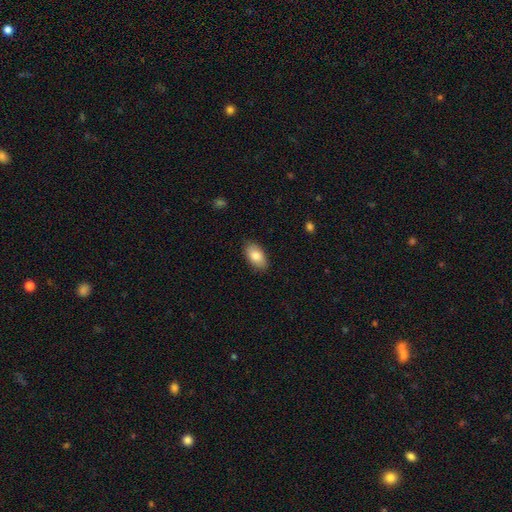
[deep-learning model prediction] smooth-or-featured: smooth: 84% | featured or disk: 10% | star or artifact: 6%
  how-rounded: in between: 94% | round: 4% | cigar-shaped: 2%
  merging: none: 87% | minor disturbance: 10% | major disturbance: 2% | merger: 1%